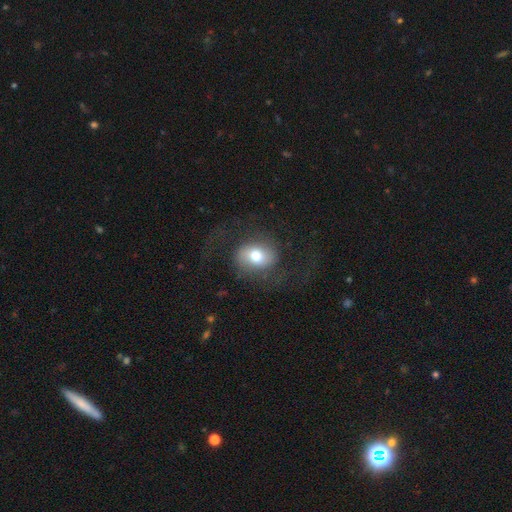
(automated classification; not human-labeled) Smooth or featured? smooth (57%)
How rounded? in between (51%)
Merging? none (61%)